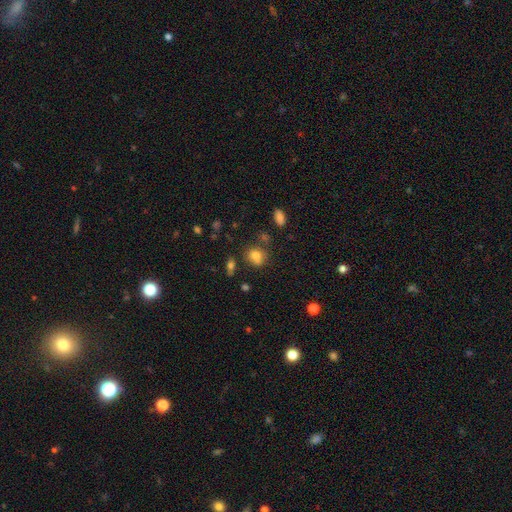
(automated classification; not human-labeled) smooth-or-featured: smooth: 78% | star or artifact: 12% | featured or disk: 10%
  how-rounded: round: 64% | in between: 35% | cigar-shaped: 1%
  merging: none: 64% | minor disturbance: 18% | merger: 13% | major disturbance: 5%